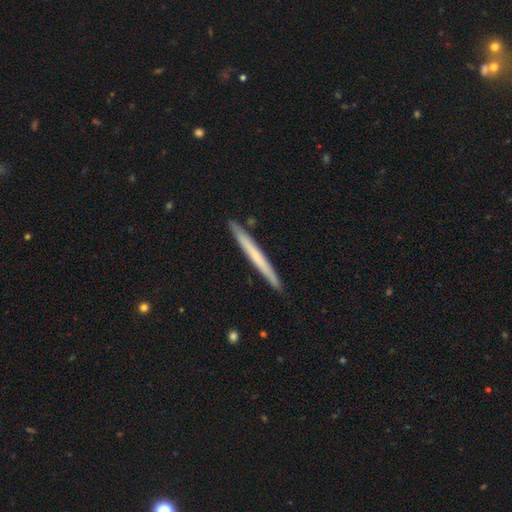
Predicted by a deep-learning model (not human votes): Smooth or featured?
  - smooth: 50% *
  - featured or disk: 44%
  - star or artifact: 6%
How rounded?
  - cigar-shaped: 97% *
  - in between: 2%
  - round: 1%
Merging?
  - none: 91% *
  - minor disturbance: 7%
  - merger: 1%
  - major disturbance: 1%